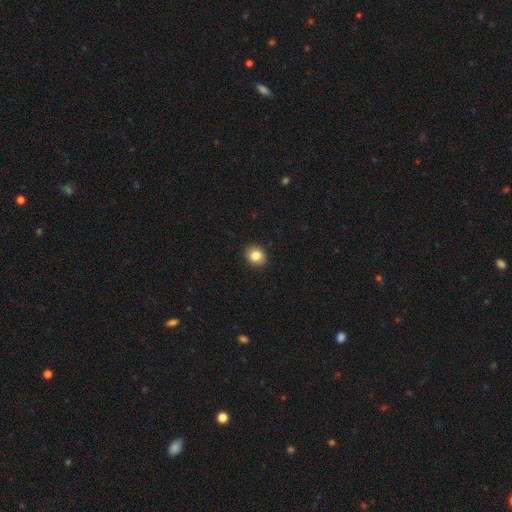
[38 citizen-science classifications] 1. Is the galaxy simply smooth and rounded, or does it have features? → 92% smooth, 5% star or artifact, 3% featured or disk.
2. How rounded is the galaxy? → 51% round, 46% in between, 3% cigar-shaped.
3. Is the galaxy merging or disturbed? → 94% none, 3% minor disturbance, 3% merger, 0% major disturbance.